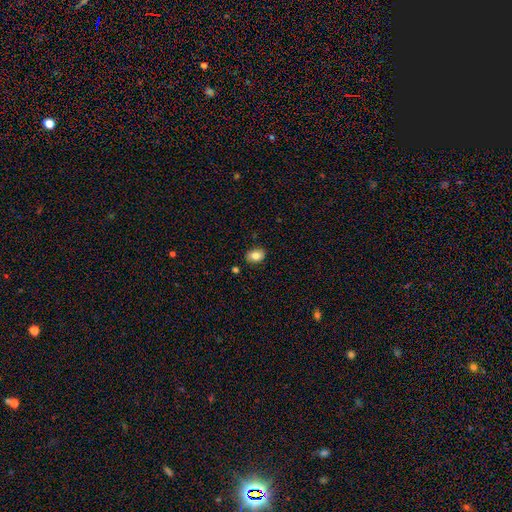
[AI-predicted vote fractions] A smooth galaxy with no disk features (81%) that is in between round and cigar-shaped (77%).

Vote fractions:
- Smooth or featured? smooth: 81% / featured or disk: 10% / star or artifact: 9%
- How rounded? in between: 77% / round: 22% / cigar-shaped: 1%
- Merging? none: 86% / minor disturbance: 10% / major disturbance: 2% / merger: 2%